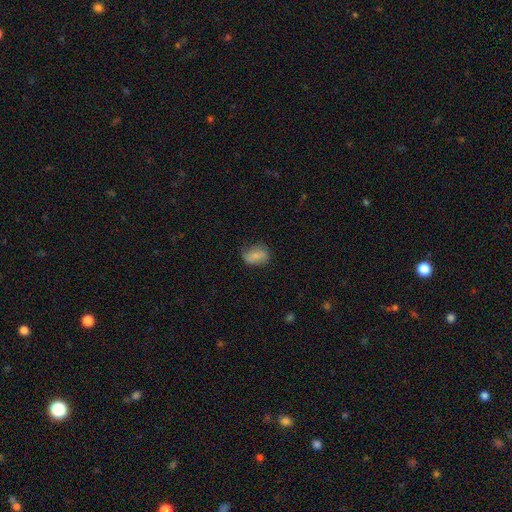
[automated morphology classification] smooth 76%, featured or disk 16%, star or artifact 8%. Down the decision tree: how rounded — in between (78%); merging — none (66%).